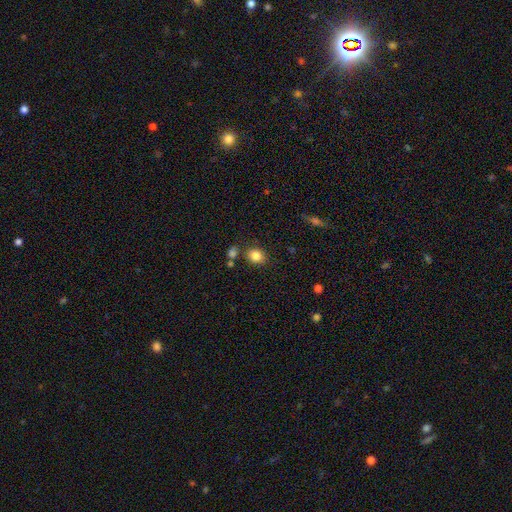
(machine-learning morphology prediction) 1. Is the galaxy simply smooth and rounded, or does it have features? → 84% smooth, 10% star or artifact, 6% featured or disk.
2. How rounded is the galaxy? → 65% round, 34% in between, 1% cigar-shaped.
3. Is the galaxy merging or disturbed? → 78% none, 11% minor disturbance, 8% merger, 3% major disturbance.